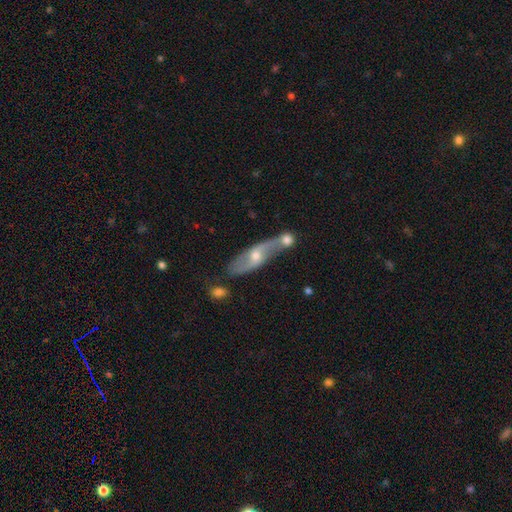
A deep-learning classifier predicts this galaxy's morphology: Q: Smooth or featured?
A: featured or disk (73%); runner-up: smooth (20%)
Q: Edge-on disk?
A: no (68%); runner-up: yes (32%)
Q: Merging?
A: none (48%); runner-up: merger (28%)